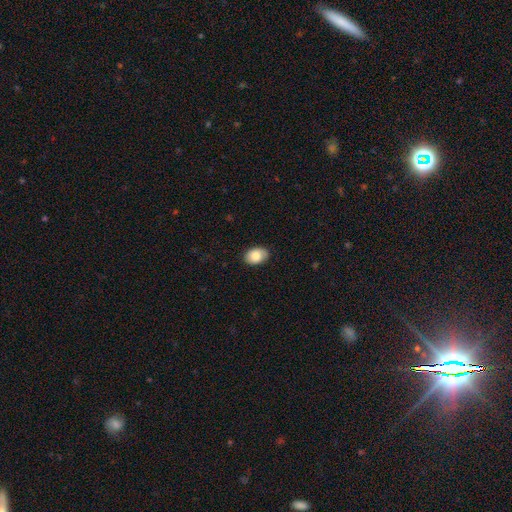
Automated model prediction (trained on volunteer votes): Q: Smooth or featured?
A: smooth (82%); runner-up: featured or disk (11%)
Q: How rounded?
A: in between (81%); runner-up: round (18%)
Q: Merging?
A: none (82%); runner-up: minor disturbance (14%)